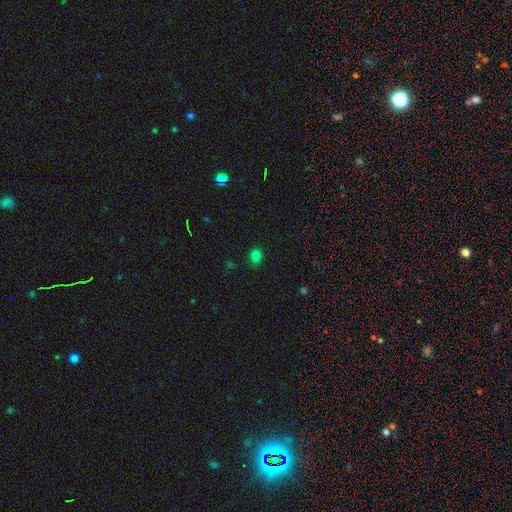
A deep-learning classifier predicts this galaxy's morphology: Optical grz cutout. It shows a smooth galaxy with no disk features (77%) that is round (50%). Merging: none (80%).